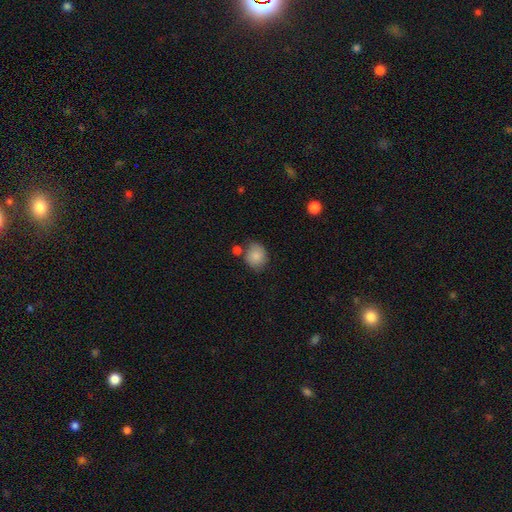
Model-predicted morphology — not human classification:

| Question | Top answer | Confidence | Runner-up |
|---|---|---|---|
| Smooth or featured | smooth | 86% | star or artifact (8%) |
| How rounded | round | 62% | in between (38%) |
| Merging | none | 65% | minor disturbance (19%) |